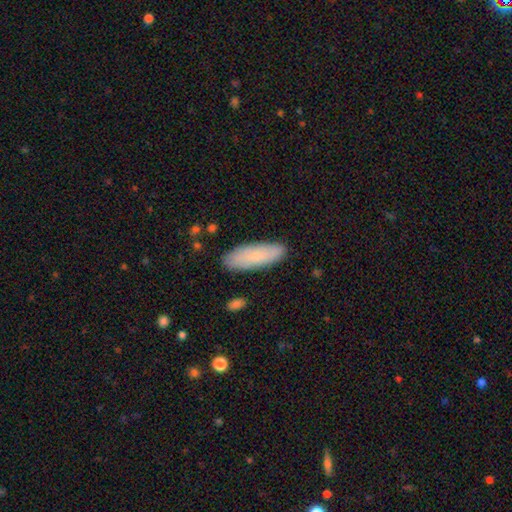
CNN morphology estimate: Smooth or featured? Predicted: smooth (p=0.76). How rounded? Predicted: in between (p=0.61). Merging? Predicted: none (p=0.85).